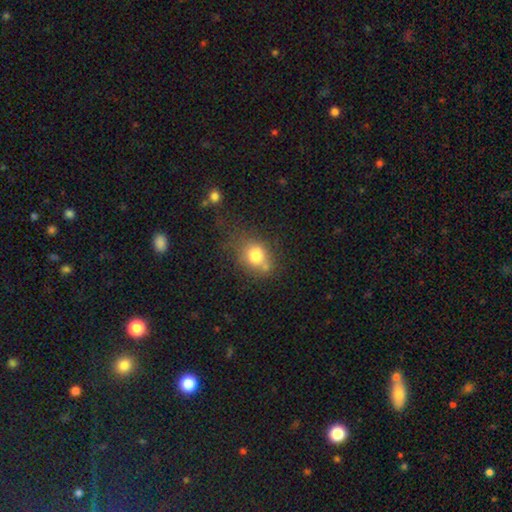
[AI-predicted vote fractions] smooth_or_featured: smooth (p=0.77) [alt: featured or disk p=0.12]
how_rounded: round (p=0.56) [alt: in between p=0.43]
merging: none (p=0.53) [alt: minor disturbance p=0.22]